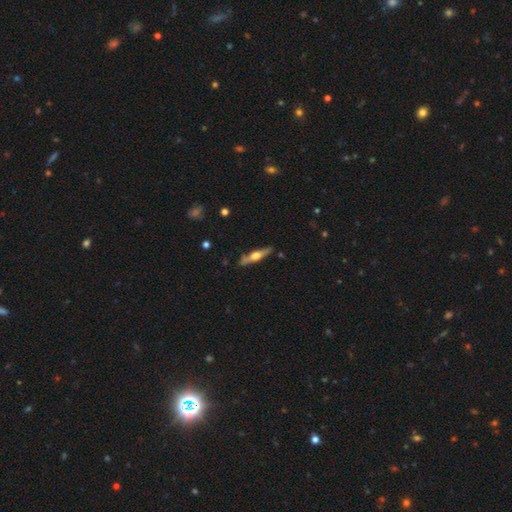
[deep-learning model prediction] Smooth or featured? Predicted: featured or disk (p=0.64). Edge-on disk? Predicted: yes (p=0.95). Edge-on bulge? Predicted: rounded (p=0.92). Merging? Predicted: none (p=0.85).